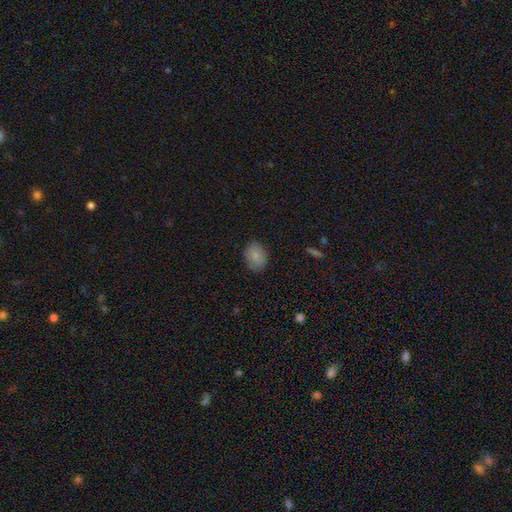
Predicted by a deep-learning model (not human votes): smooth 85%, star or artifact 8%, featured or disk 6%. Down the decision tree: how rounded — in between (70%); merging — none (81%).